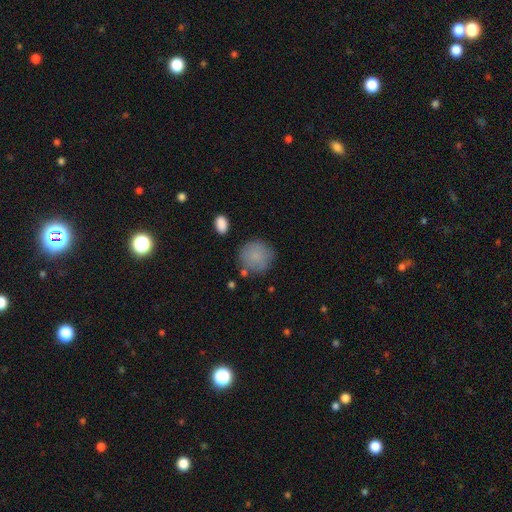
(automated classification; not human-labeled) Smooth or featured?
  - smooth: 85% *
  - star or artifact: 8%
  - featured or disk: 8%
How rounded?
  - round: 91% *
  - in between: 8%
  - cigar-shaped: 1%
Merging?
  - none: 78% *
  - minor disturbance: 13%
  - merger: 4%
  - major disturbance: 4%